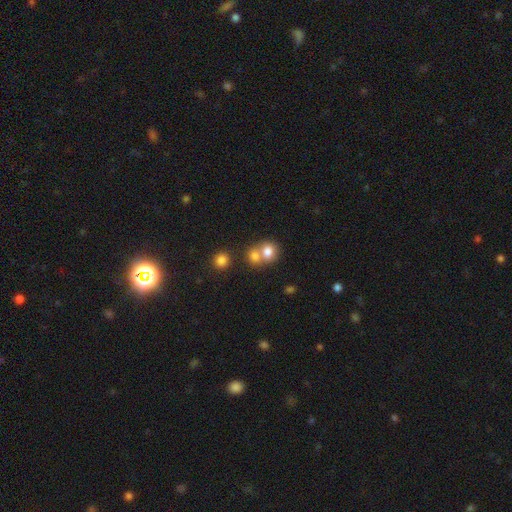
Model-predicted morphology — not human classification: The model was most divided on "merging": merger: 53%, none: 37%, minor disturbance: 7%, major disturbance: 3%. More confident: smooth or featured — smooth (77%); how rounded — round (70%).